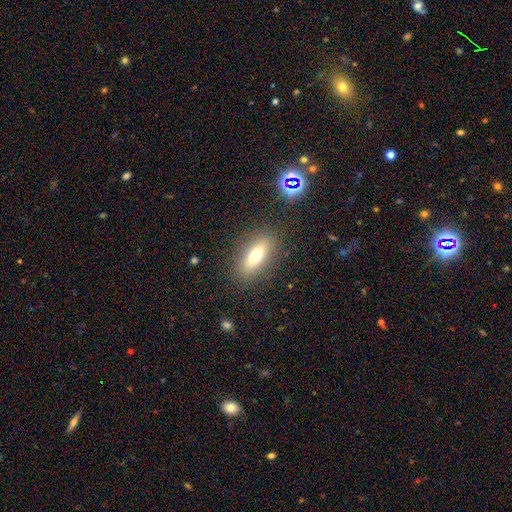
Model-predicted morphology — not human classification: Smooth or featured? Predicted: smooth (p=0.67). How rounded? Predicted: in between (p=0.74). Merging? Predicted: none (p=0.85).